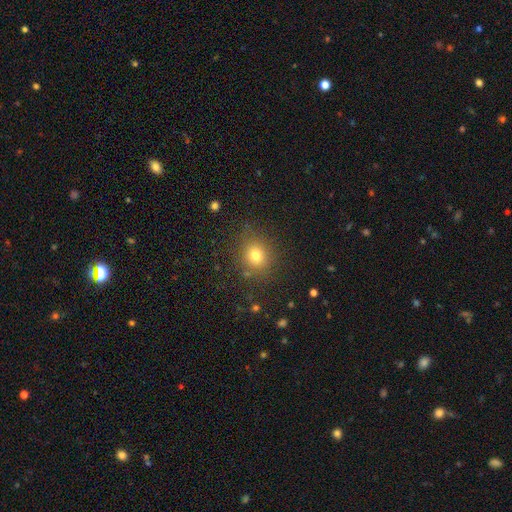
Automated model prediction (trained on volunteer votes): Overall: smooth (77%). How rounded: round (78%). Merging: none (82%).